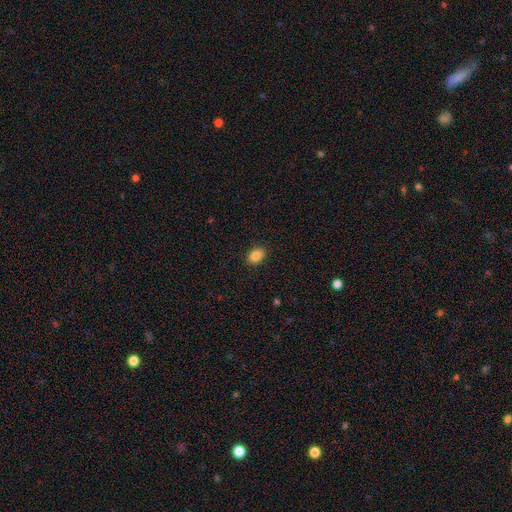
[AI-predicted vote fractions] A smooth galaxy with no disk features (87%) that is in between round and cigar-shaped (79%). Merging: none (89%).